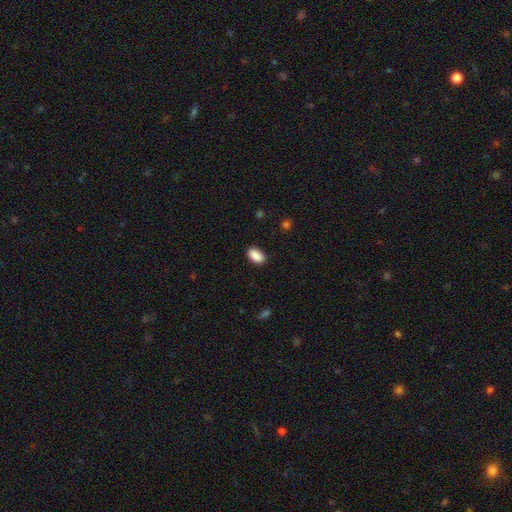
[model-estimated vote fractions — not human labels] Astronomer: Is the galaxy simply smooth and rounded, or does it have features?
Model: smooth — 90%.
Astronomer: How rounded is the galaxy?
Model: in between — 92%.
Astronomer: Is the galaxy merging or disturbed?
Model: none — 87%.